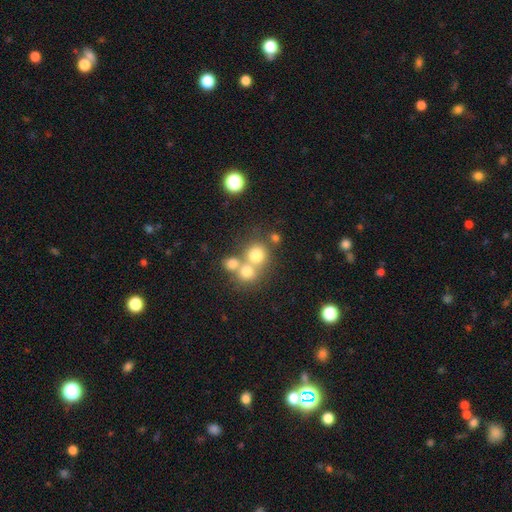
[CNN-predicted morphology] Smooth or featured: smooth — 71% (star or artifact — 15%)
How rounded: round — 84% (in between — 15%)
Merging: none — 45% (merger — 44%)